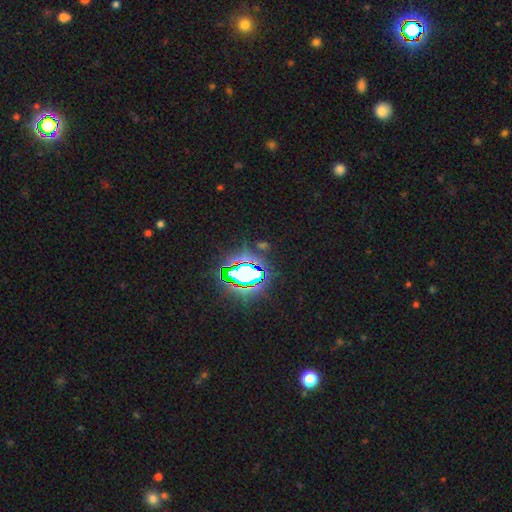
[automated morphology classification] This is clearly a star or artifact rather than a galaxy (83%).